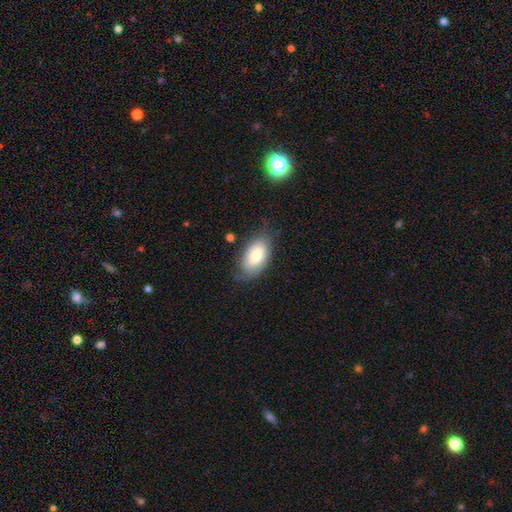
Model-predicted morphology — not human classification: The model was most divided on "merging": none: 65%, minor disturbance: 25%, major disturbance: 8%, merger: 2%. More confident: how rounded — in between (94%); smooth or featured — smooth (75%).